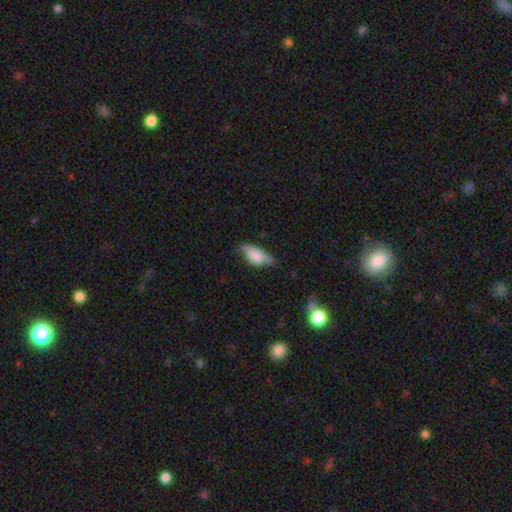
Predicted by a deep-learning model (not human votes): Overall: smooth (72%). How rounded: in between (86%). Merging: none (47%; minor disturbance 38%).